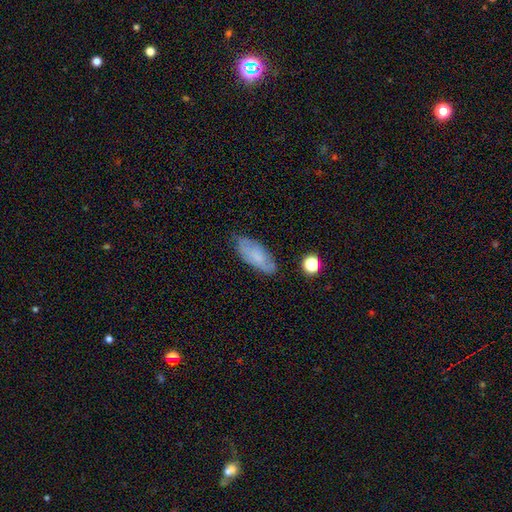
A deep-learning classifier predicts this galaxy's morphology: smooth 58%, featured or disk 33%, star or artifact 9%. Down the decision tree: how rounded — in between (82%); merging — none (72%).